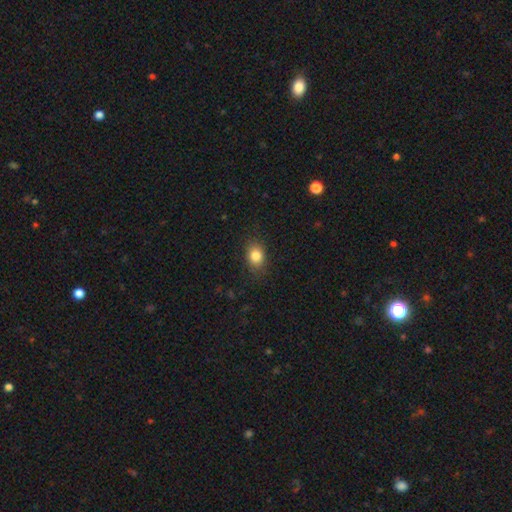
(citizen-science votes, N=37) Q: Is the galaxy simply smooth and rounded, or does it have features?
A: smooth — 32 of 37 (86%).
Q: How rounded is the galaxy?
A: in between — 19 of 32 (59%).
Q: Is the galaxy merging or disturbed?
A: none — 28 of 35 (80%).